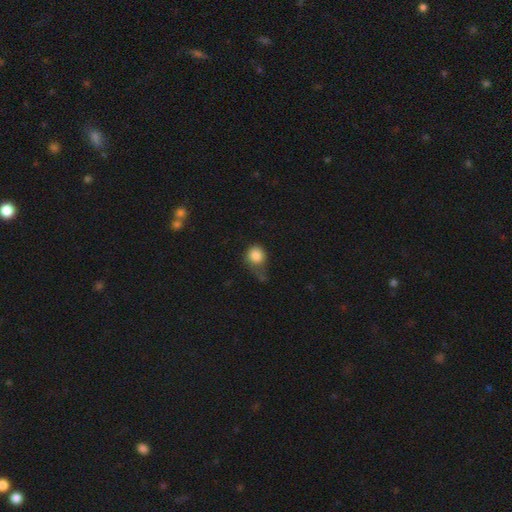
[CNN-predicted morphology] Smooth or featured? Predicted: smooth (p=0.85). How rounded? Predicted: round (p=0.76). Merging? Predicted: none (p=0.40).